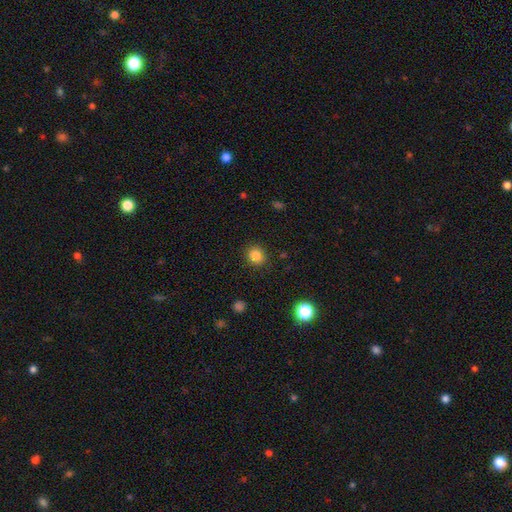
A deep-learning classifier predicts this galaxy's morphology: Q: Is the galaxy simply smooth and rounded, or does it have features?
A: smooth — 84%.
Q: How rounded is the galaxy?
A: round — 85%.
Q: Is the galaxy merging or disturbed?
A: none — 90%.